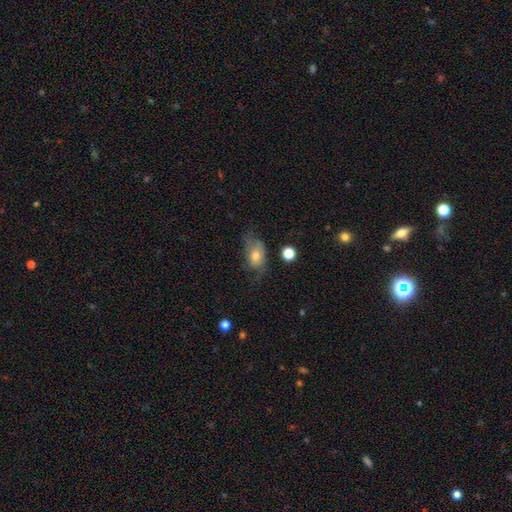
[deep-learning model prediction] Overall: smooth (61%; featured or disk 29%). How rounded: in between (77%). Merging: none (43%; minor disturbance 31%).